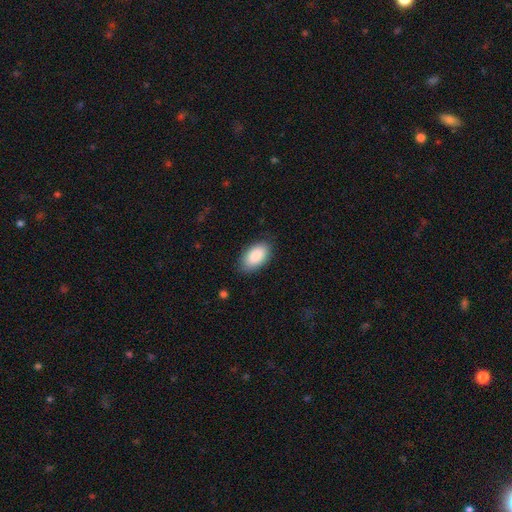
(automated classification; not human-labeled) A smooth galaxy with no disk features (88%) that is in between round and cigar-shaped (95%). Merging: none (84%).